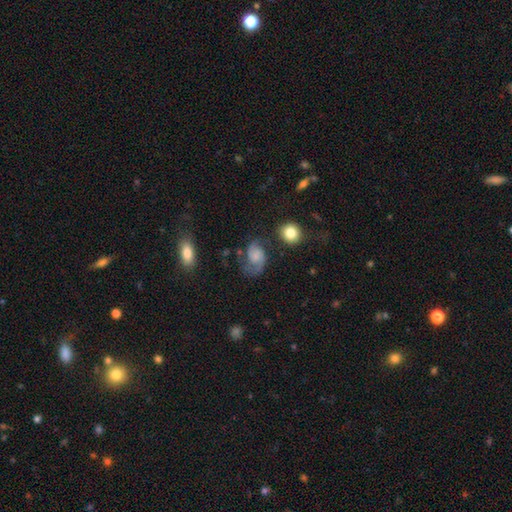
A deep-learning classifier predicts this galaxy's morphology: Smooth or featured? Predicted: featured or disk (p=0.65). Edge-on disk? Predicted: no (p=0.98). Bar? Predicted: no (p=0.66). Spiral arms? Predicted: yes (p=0.92). Spiral winding? Predicted: medium (p=0.48). Spiral arm count? Predicted: 2 (p=0.85). Bulge size? Predicted: none (p=0.38). Merging? Predicted: none (p=0.53).